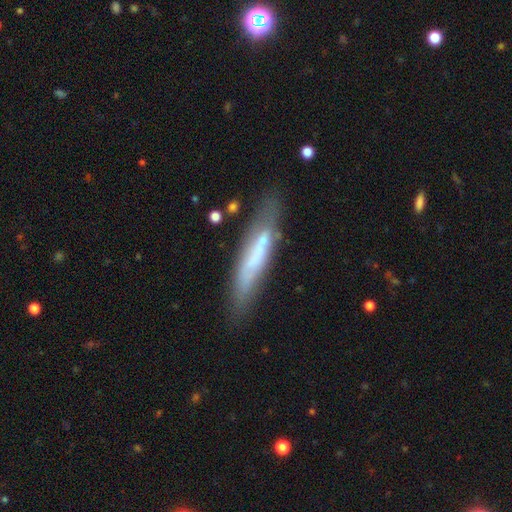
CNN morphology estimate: The model was most divided on "smooth or featured": smooth: 48%, featured or disk: 44%, star or artifact: 8%. More confident: merging — none (69%).